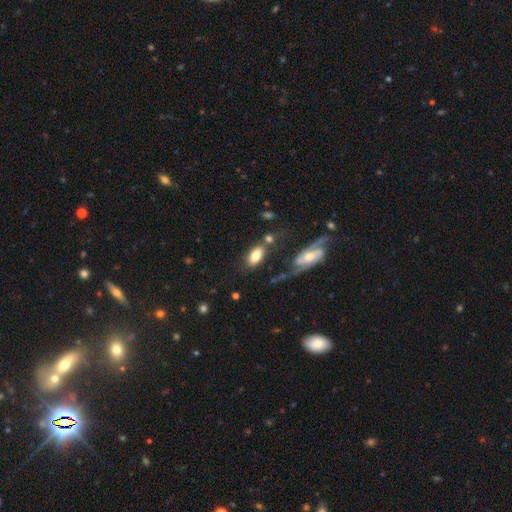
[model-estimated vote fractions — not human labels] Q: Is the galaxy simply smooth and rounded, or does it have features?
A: smooth — 78%.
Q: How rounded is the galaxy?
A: in between — 92%.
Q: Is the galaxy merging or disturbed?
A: none — 58%.